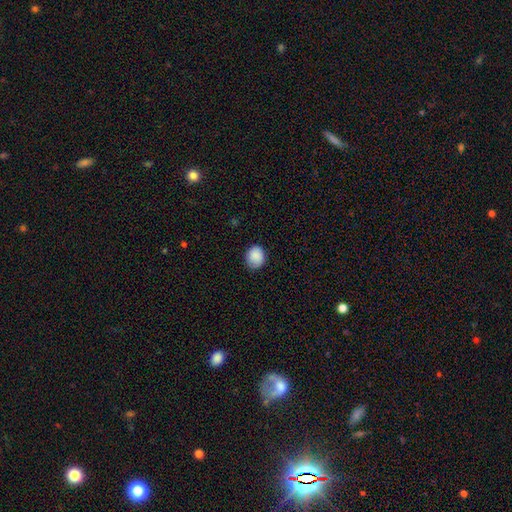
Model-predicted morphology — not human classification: Smooth or featured?
  - smooth: 88% *
  - star or artifact: 7%
  - featured or disk: 5%
How rounded?
  - round: 65% *
  - in between: 34%
  - cigar-shaped: 1%
Merging?
  - none: 77% *
  - minor disturbance: 18%
  - major disturbance: 3%
  - merger: 1%